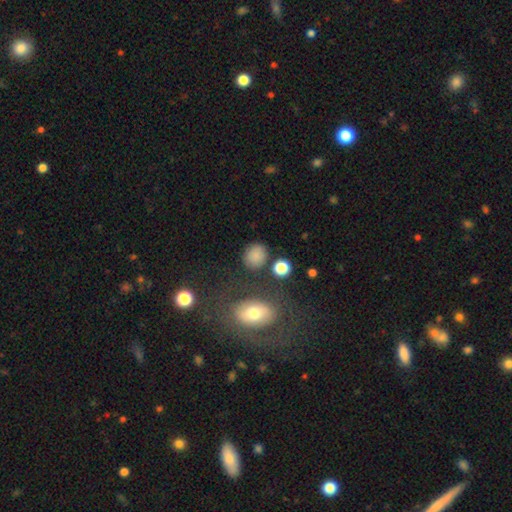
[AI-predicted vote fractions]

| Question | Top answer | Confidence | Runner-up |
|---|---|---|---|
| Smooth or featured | smooth | 83% | star or artifact (11%) |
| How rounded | round | 74% | in between (25%) |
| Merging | none | 79% | minor disturbance (12%) |